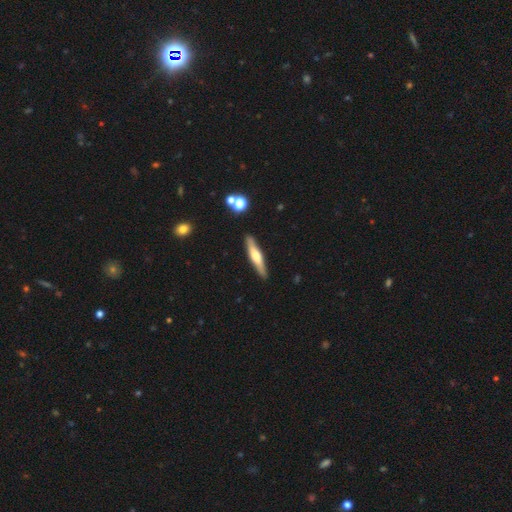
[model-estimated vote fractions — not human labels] smooth-or-featured: featured or disk: 53% | smooth: 41% | star or artifact: 6%
  disk-edge-on: yes: 94% | no: 6%
  merging: none: 89% | minor disturbance: 8% | merger: 2% | major disturbance: 2%